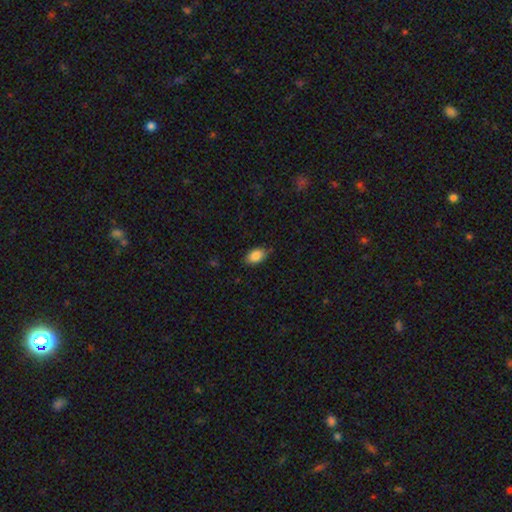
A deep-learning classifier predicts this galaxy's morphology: Smooth or featured?
  - smooth: 87% *
  - star or artifact: 7%
  - featured or disk: 6%
How rounded?
  - in between: 90% *
  - round: 8%
  - cigar-shaped: 2%
Merging?
  - none: 75% *
  - minor disturbance: 20%
  - major disturbance: 3%
  - merger: 1%